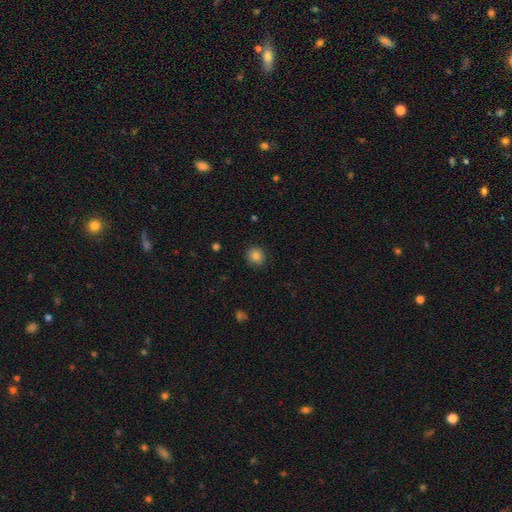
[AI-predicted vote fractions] smooth-or-featured: smooth: 84% | star or artifact: 11% | featured or disk: 5%
  how-rounded: round: 84% | in between: 15% | cigar-shaped: 1%
  merging: none: 89% | minor disturbance: 8% | major disturbance: 2% | merger: 1%